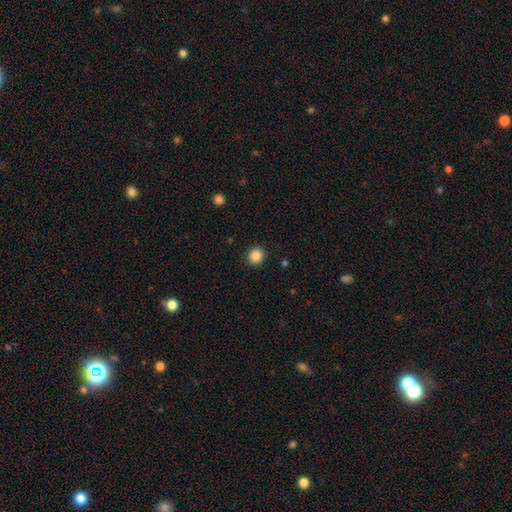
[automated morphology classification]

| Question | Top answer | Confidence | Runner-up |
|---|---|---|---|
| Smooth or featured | smooth | 87% | star or artifact (10%) |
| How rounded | round | 85% | in between (14%) |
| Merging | none | 91% | minor disturbance (6%) |